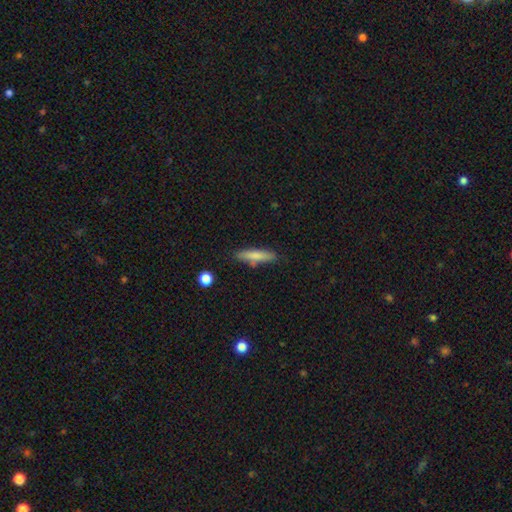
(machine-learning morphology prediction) The model was most divided on "smooth or featured": smooth: 76%, featured or disk: 18%, star or artifact: 7%. More confident: how rounded — cigar-shaped (82%); merging — none (81%).